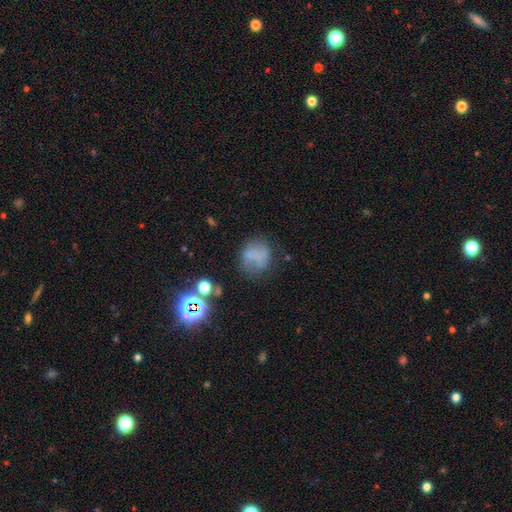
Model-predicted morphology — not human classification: The model was most divided on "merging": none: 56%, minor disturbance: 23%, major disturbance: 15%, merger: 6%. More confident: how rounded — round (76%); smooth or featured — smooth (59%).